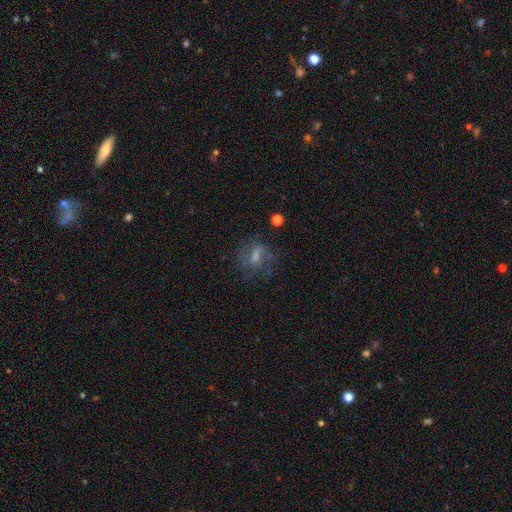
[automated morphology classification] A featured or disk galaxy (48%).

Vote fractions:
- Smooth or featured? featured or disk: 48% / smooth: 37% / star or artifact: 15%
- Merging? none: 58% / major disturbance: 20% / minor disturbance: 20% / merger: 3%